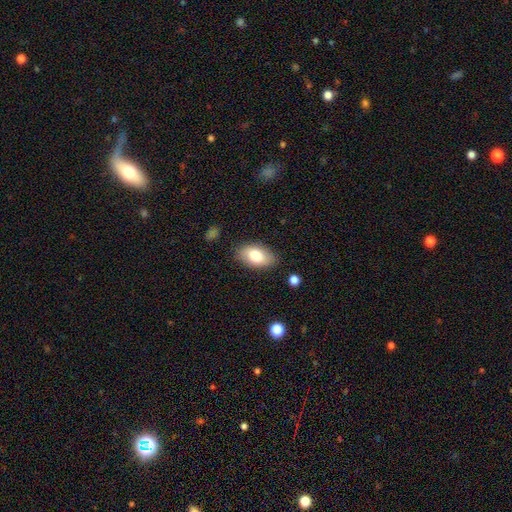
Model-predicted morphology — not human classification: Smooth or featured? smooth (78%)
How rounded? in between (93%)
Merging? none (84%)